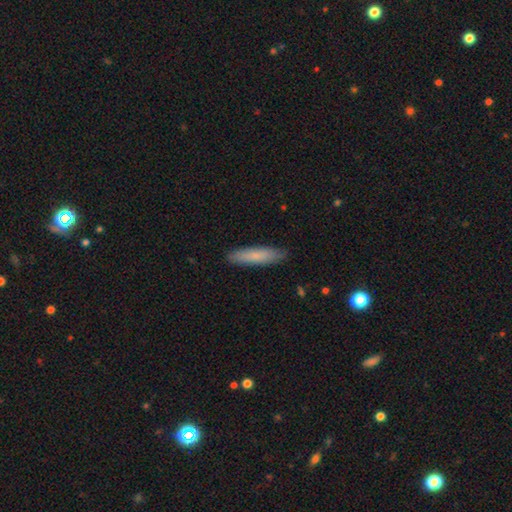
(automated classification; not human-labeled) Overall: smooth (78%). How rounded: cigar-shaped (82%). Merging: none (88%).